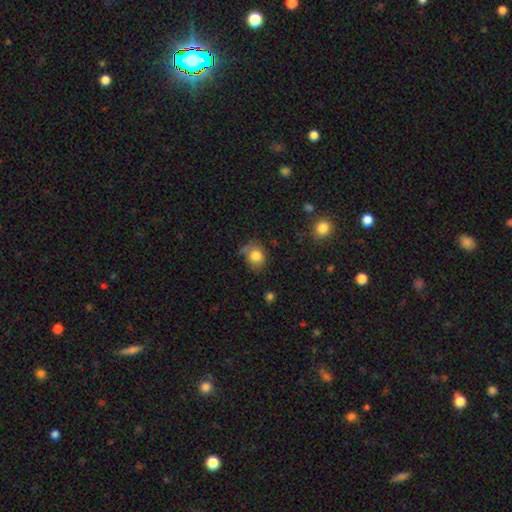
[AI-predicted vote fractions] smooth-or-featured: smooth: 81% | star or artifact: 10% | featured or disk: 10%
  how-rounded: round: 63% | in between: 36% | cigar-shaped: 1%
  merging: none: 56% | minor disturbance: 29% | major disturbance: 10% | merger: 4%